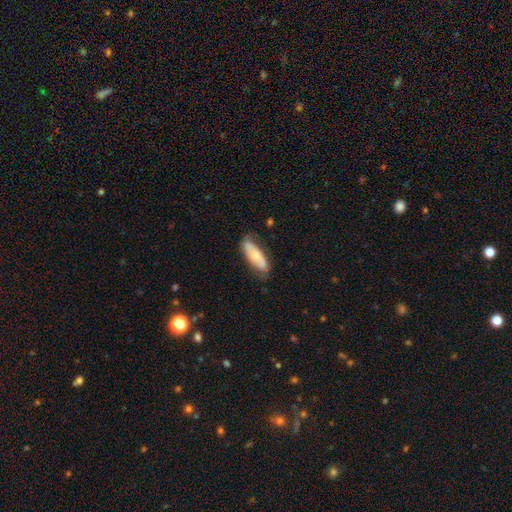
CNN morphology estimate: The model was most divided on "smooth or featured": smooth: 56%, featured or disk: 38%, star or artifact: 6%. More confident: merging — none (68%); how rounded — in between (65%).